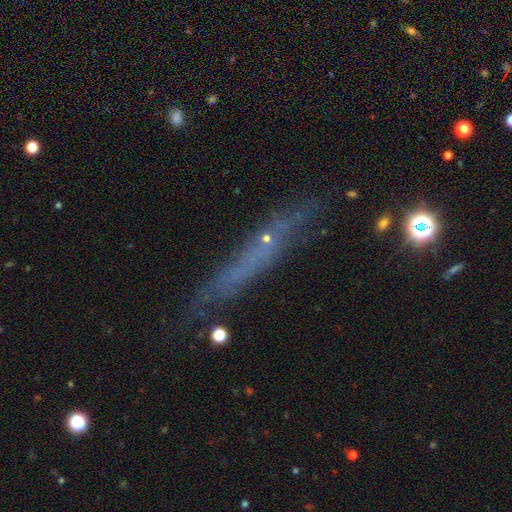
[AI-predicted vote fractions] Smooth or featured: featured or disk — 46% (smooth — 36%)
Merging: none — 74% (minor disturbance — 17%)